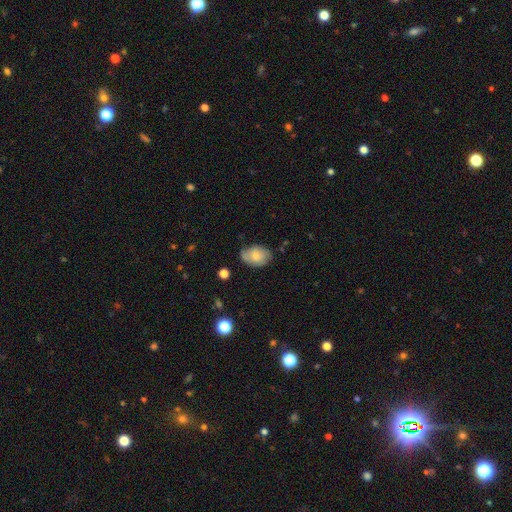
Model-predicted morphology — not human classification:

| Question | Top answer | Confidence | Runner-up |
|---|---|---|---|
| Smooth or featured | smooth | 69% | featured or disk (23%) |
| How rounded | in between | 79% | round (20%) |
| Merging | none | 58% | minor disturbance (32%) |